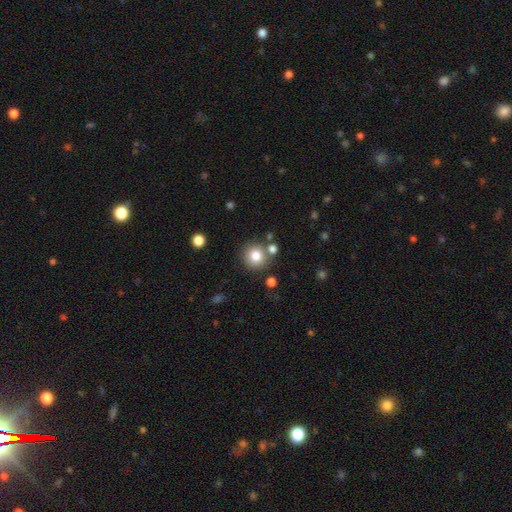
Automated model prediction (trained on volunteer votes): Smooth or featured?
  - smooth: 80% *
  - star or artifact: 11%
  - featured or disk: 9%
How rounded?
  - round: 93% *
  - in between: 6%
  - cigar-shaped: 1%
Merging?
  - none: 78% *
  - merger: 10%
  - minor disturbance: 9%
  - major disturbance: 3%